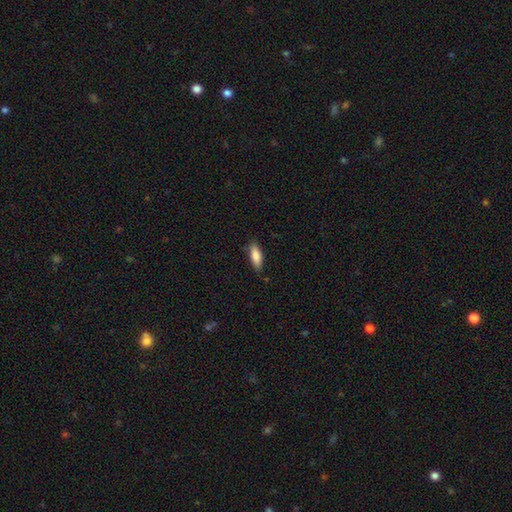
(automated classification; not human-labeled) Morphology: type=smooth (83%); roundness=in between (61%); merging=none (82%).